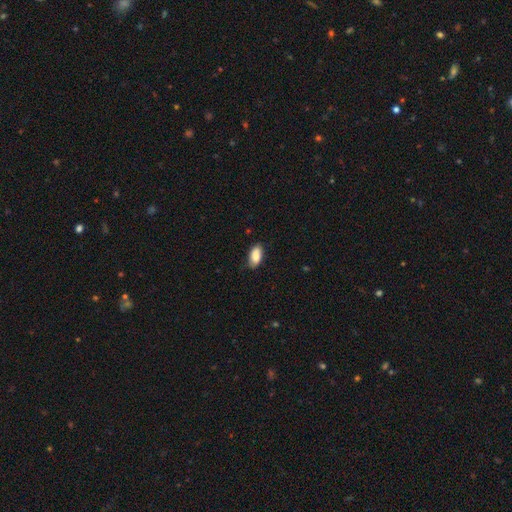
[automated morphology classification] A smooth galaxy with no disk features (86%) that is in between round and cigar-shaped (90%).

Vote fractions:
- Smooth or featured? smooth: 86% / featured or disk: 7% / star or artifact: 7%
- How rounded? in between: 90% / cigar-shaped: 7% / round: 3%
- Merging? none: 78% / minor disturbance: 18% / major disturbance: 3% / merger: 1%